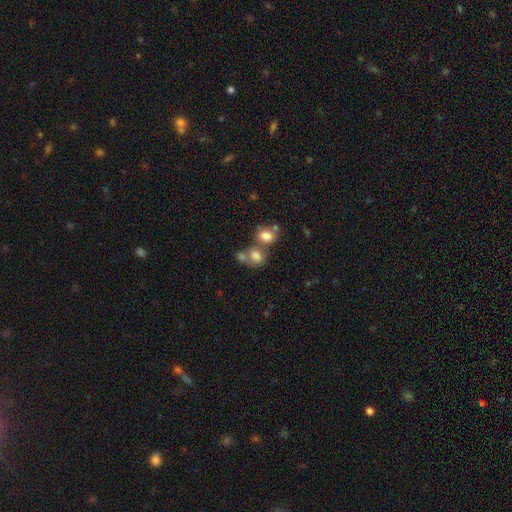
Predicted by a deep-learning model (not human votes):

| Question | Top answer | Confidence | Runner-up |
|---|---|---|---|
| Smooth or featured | smooth | 76% | featured or disk (13%) |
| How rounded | in between | 61% | round (38%) |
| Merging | merger | 52% | none (32%) |